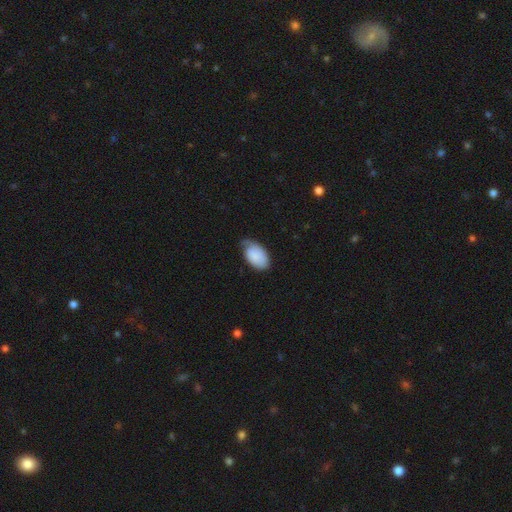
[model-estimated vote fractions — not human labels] Smooth or featured?
  - smooth: 75% *
  - featured or disk: 19%
  - star or artifact: 5%
How rounded?
  - in between: 93% *
  - round: 5%
  - cigar-shaped: 1%
Merging?
  - minor disturbance: 43% *
  - none: 39%
  - major disturbance: 16%
  - merger: 2%